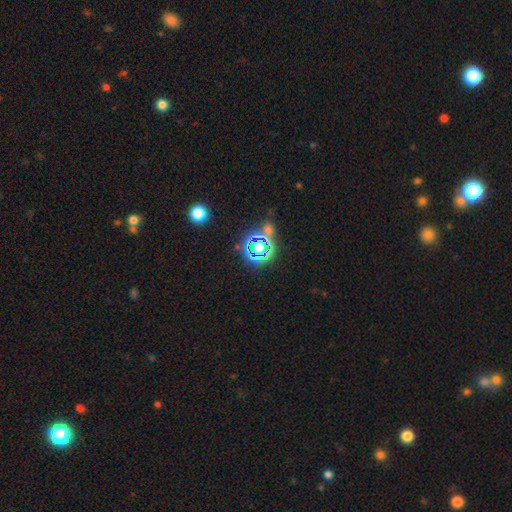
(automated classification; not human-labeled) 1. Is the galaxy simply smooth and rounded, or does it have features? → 72% star or artifact, 18% smooth, 10% featured or disk.